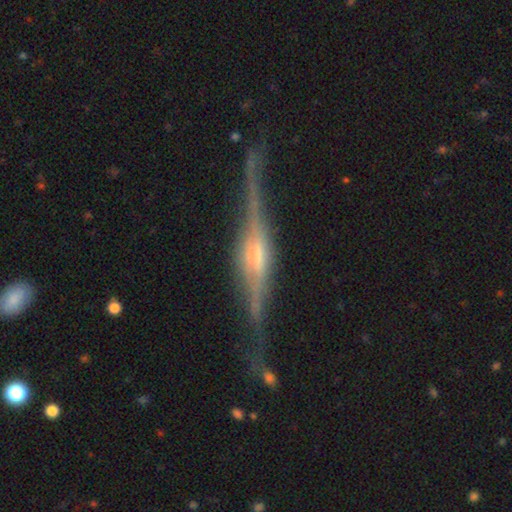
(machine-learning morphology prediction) smooth-or-featured: featured or disk: 87% | smooth: 8% | star or artifact: 6%
  disk-edge-on: yes: 97% | no: 3%
    edge-on-bulge: rounded: 67% | boxy: 25% | none: 8%
  merging: none: 79% | minor disturbance: 14% | major disturbance: 4% | merger: 2%